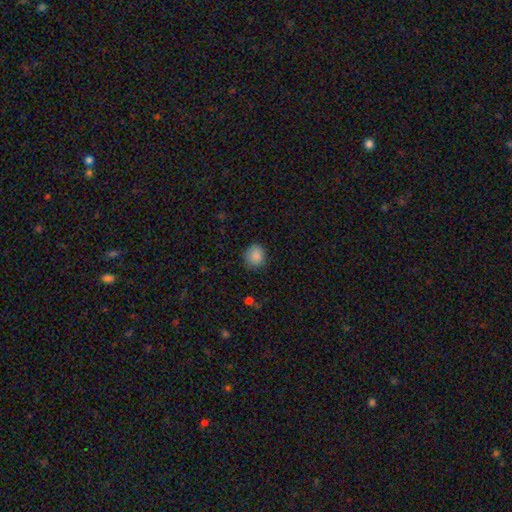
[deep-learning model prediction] Smooth or featured? smooth (87%)
How rounded? round (83%)
Merging? none (85%)